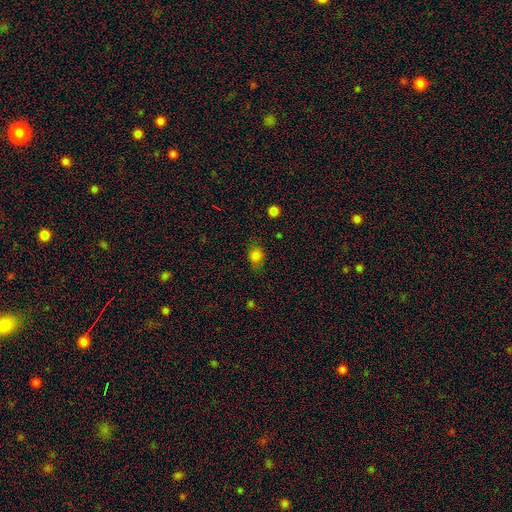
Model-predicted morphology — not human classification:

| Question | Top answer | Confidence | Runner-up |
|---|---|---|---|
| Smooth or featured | smooth | 80% | star or artifact (14%) |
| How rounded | in between | 50% | round (49%) |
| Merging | none | 72% | minor disturbance (21%) |